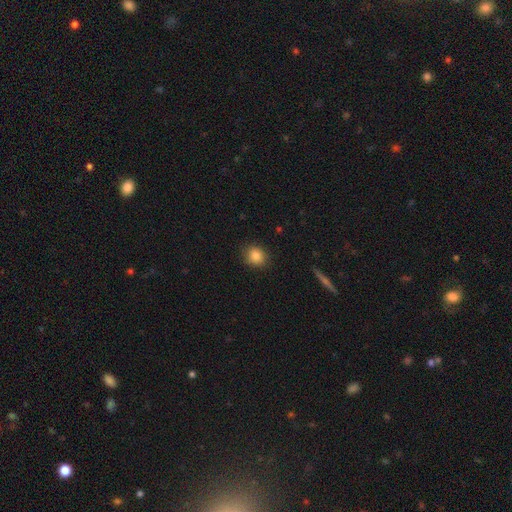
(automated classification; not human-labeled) Morphology: type=smooth (84%); roundness=round (78%); merging=none (86%).